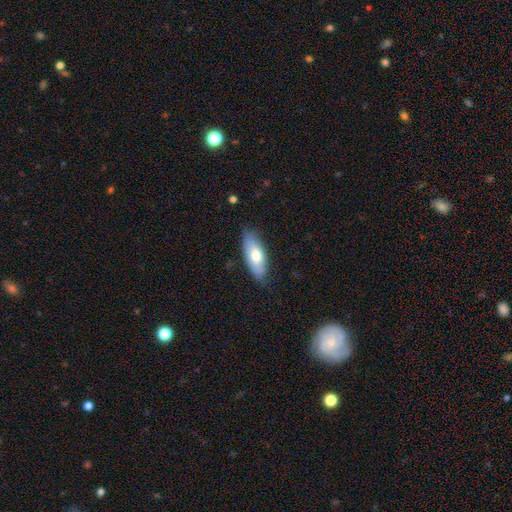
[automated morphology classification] A smooth galaxy with no disk features (69%) that is in between round and cigar-shaped (76%).

Vote fractions:
- Smooth or featured? smooth: 69% / featured or disk: 25% / star or artifact: 6%
- How rounded? in between: 76% / cigar-shaped: 21% / round: 3%
- Merging? none: 79% / minor disturbance: 16% / major disturbance: 3% / merger: 1%